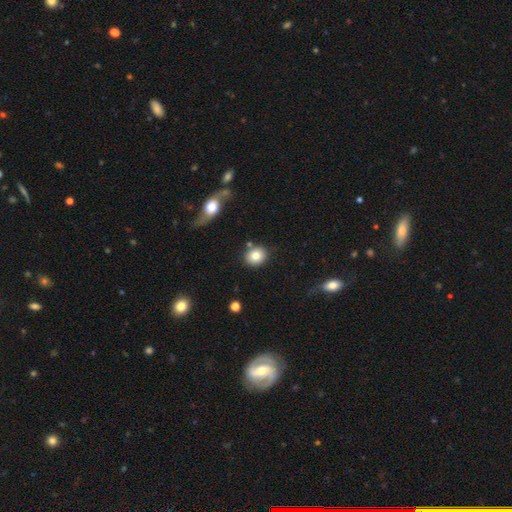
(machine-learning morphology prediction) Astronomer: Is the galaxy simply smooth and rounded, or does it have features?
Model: smooth — 81%.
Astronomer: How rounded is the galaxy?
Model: round — 70%.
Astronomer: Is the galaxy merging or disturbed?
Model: none — 81%.